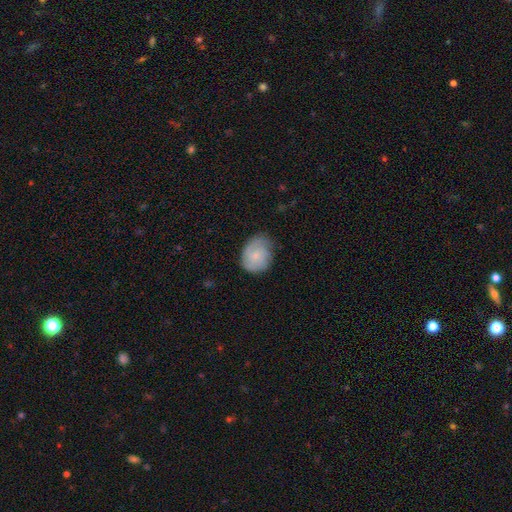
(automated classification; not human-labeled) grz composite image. It shows a featured or disk galaxy (53%) with no bar (75%), spiral arms (90%) and a small central bulge (66%). Merging: none (65%).